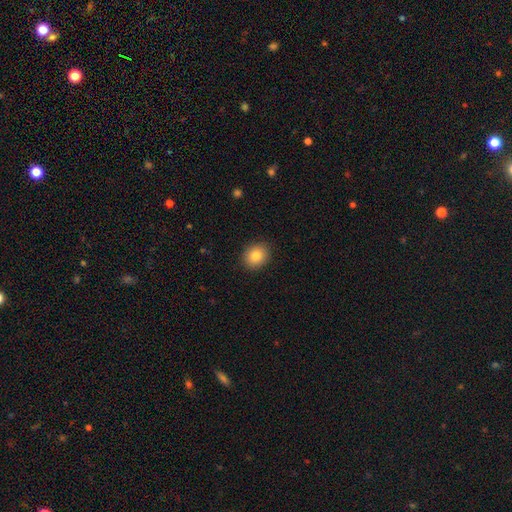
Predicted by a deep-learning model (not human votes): Smooth or featured: smooth — 82% (star or artifact — 10%)
How rounded: round — 68% (in between — 31%)
Merging: none — 90% (minor disturbance — 7%)